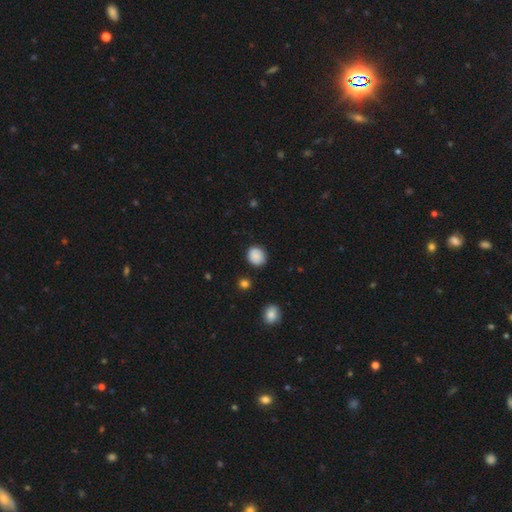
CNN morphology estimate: This appears to be a smooth galaxy with no disk features (86%) that is round (76%). Merging: none (85%).